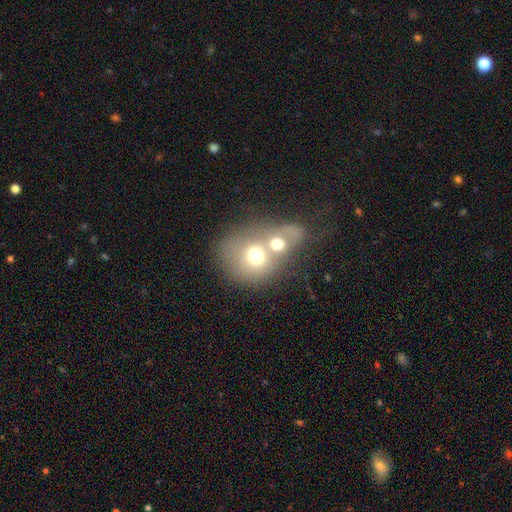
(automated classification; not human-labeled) smooth 62%, featured or disk 27%, star or artifact 11%. Down the decision tree: how rounded — round (66%); merging — merger (68%).